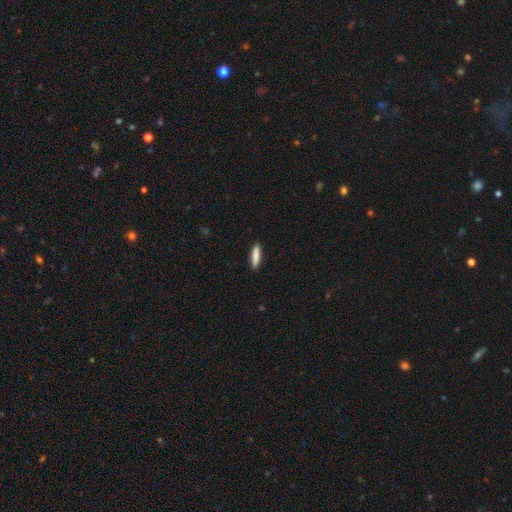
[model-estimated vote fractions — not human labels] Smooth or featured? Predicted: smooth (p=0.86). How rounded? Predicted: cigar-shaped (p=0.77). Merging? Predicted: none (p=0.91).